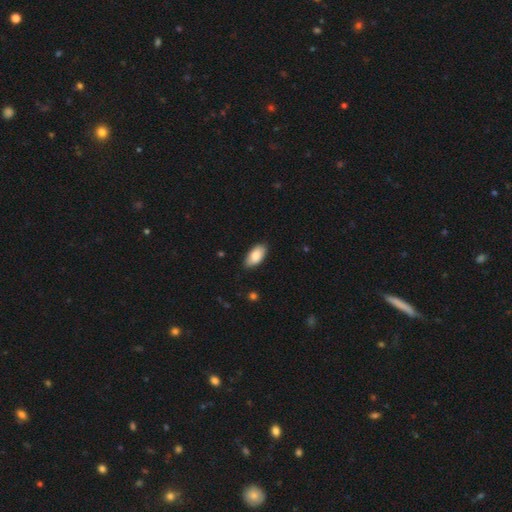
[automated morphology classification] Smooth or featured? smooth (85%)
How rounded? in between (93%)
Merging? none (86%)